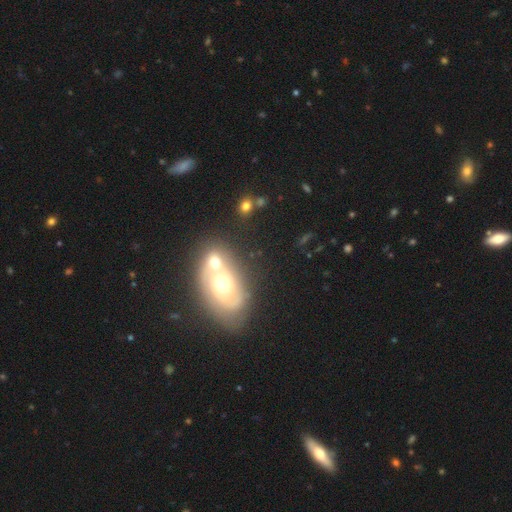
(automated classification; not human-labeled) Q: Smooth or featured?
A: featured or disk (60%); runner-up: smooth (29%)
Q: Edge-on disk?
A: no (94%); runner-up: yes (6%)
Q: Bar?
A: no (82%); runner-up: weak (14%)
Q: Spiral arms?
A: yes (53%); runner-up: no (47%)
Q: Bulge size?
A: moderate (65%); runner-up: small (21%)
Q: Merging?
A: merger (48%); runner-up: none (34%)